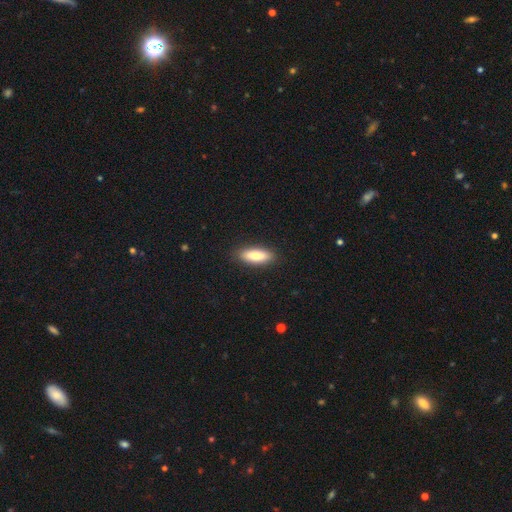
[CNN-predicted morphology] Smooth or featured: smooth — 80% (featured or disk — 15%)
How rounded: in between — 62% (cigar-shaped — 36%)
Merging: none — 89% (minor disturbance — 8%)